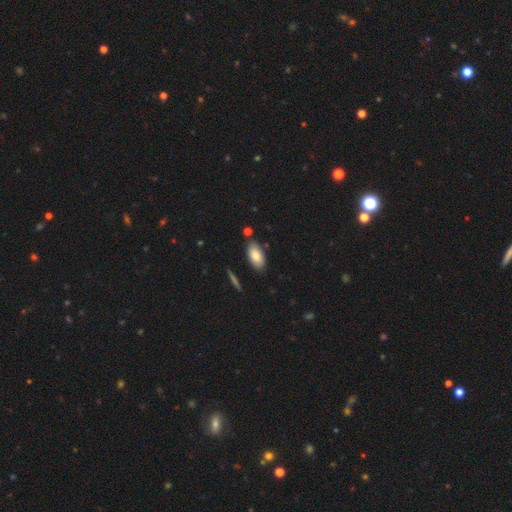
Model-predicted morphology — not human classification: This is clearly a smooth galaxy (82%). How rounded: clearly in between (92%). Merging: clearly none (81%).